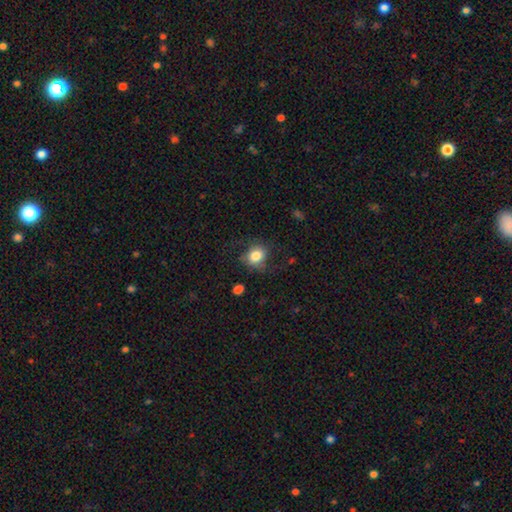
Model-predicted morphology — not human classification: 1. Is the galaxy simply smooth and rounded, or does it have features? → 81% smooth, 9% star or artifact, 9% featured or disk.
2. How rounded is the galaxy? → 62% round, 37% in between, 1% cigar-shaped.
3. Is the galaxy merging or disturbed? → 68% none, 20% minor disturbance, 10% major disturbance, 2% merger.